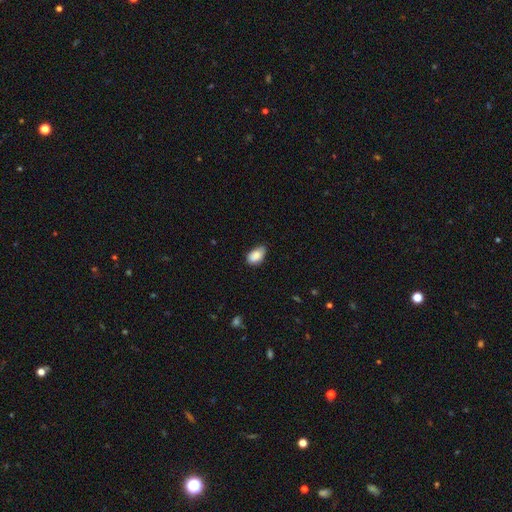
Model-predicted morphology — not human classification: This appears to be a smooth galaxy with no disk features (87%) that is in between round and cigar-shaped (92%). Merging: none (62%).